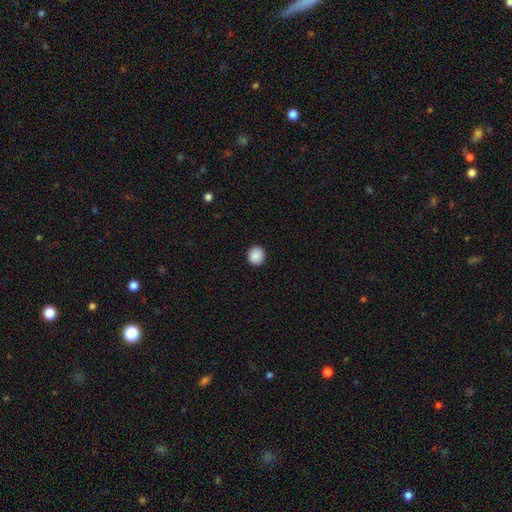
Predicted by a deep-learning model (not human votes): Overall: smooth (89%). How rounded: round (92%). Merging: none (93%).